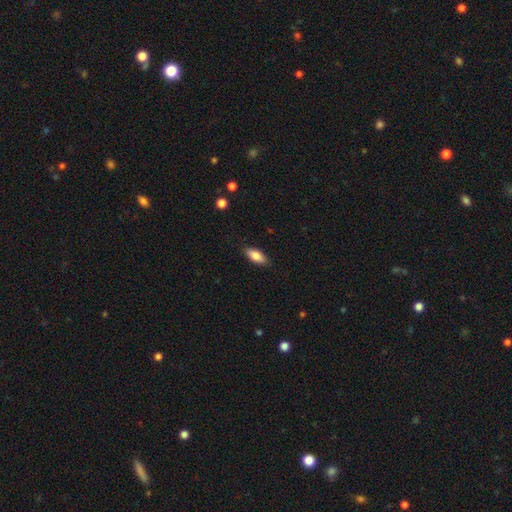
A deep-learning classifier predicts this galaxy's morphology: Q: Smooth or featured?
A: smooth (83%); runner-up: featured or disk (10%)
Q: How rounded?
A: in between (84%); runner-up: cigar-shaped (13%)
Q: Merging?
A: none (86%); runner-up: minor disturbance (11%)